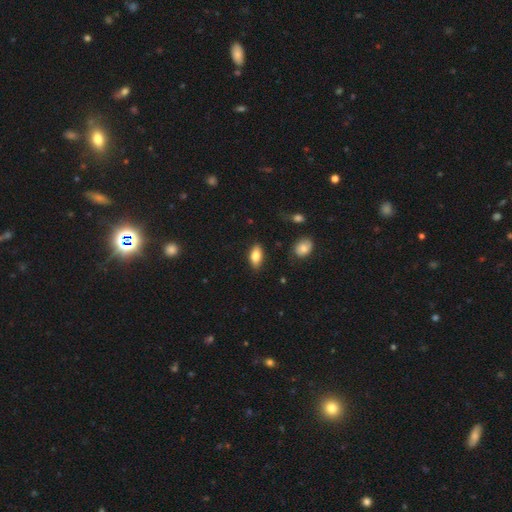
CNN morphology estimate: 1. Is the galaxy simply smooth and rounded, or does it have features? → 81% smooth, 12% featured or disk, 7% star or artifact.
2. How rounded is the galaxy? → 88% in between, 9% cigar-shaped, 3% round.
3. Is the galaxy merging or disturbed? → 84% none, 12% minor disturbance, 3% major disturbance, 1% merger.